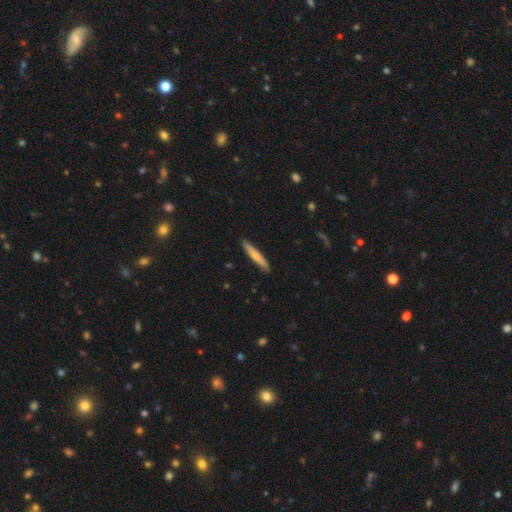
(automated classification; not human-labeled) Smooth or featured?
  - smooth: 72% *
  - featured or disk: 23%
  - star or artifact: 5%
How rounded?
  - cigar-shaped: 94% *
  - in between: 5%
  - round: 1%
Merging?
  - none: 90% *
  - minor disturbance: 8%
  - major disturbance: 1%
  - merger: 1%